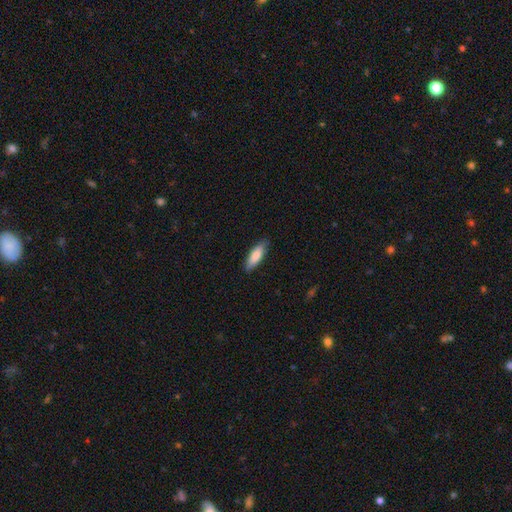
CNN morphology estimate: A smooth galaxy with no disk features (84%) that is in between round and cigar-shaped (59%). Merging: none (86%).